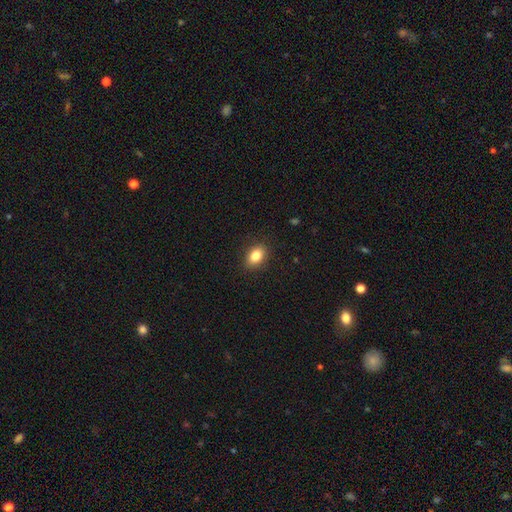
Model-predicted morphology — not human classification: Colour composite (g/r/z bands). It shows a smooth galaxy with no disk features (84%) that is in between round and cigar-shaped (79%). Merging: none (88%).